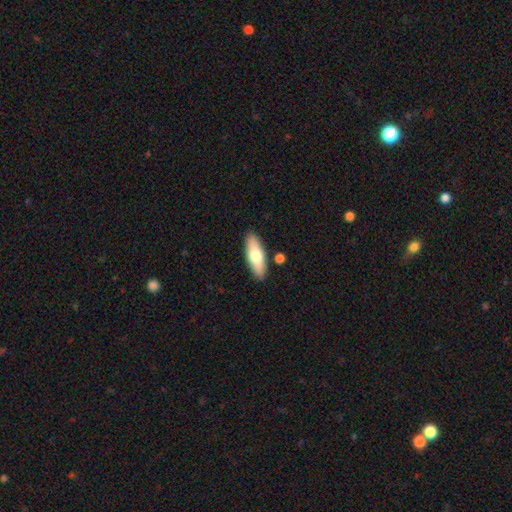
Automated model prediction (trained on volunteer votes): smooth 69%, featured or disk 25%, star or artifact 6%. Down the decision tree: how rounded — in between (55%); merging — none (85%).